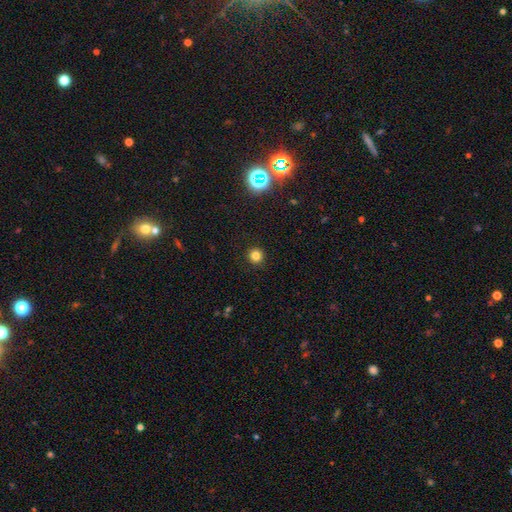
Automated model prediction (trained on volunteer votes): smooth_or_featured: smooth (p=0.81) [alt: star or artifact p=0.14]
how_rounded: round (p=0.95) [alt: in between p=0.04]
merging: none (p=0.93) [alt: minor disturbance p=0.05]